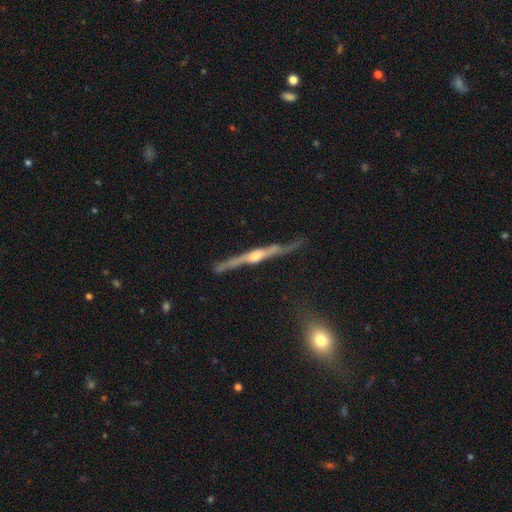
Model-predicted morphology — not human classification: This appears to be a featured or disk galaxy (83%) viewed edge-on (96%) with a rounded central bulge (83%). Merging: none (71%).